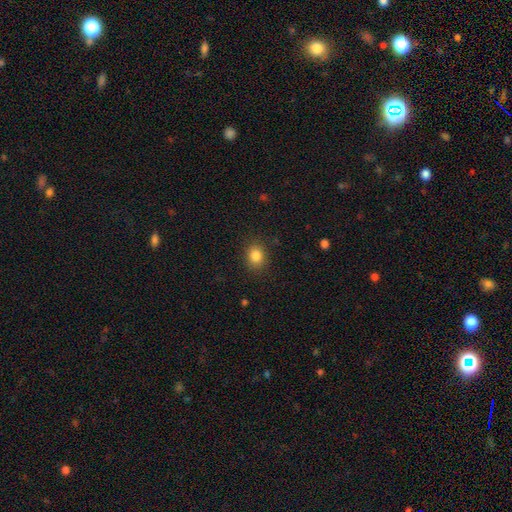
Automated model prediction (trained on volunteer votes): smooth_or_featured: smooth (p=0.84) [alt: star or artifact p=0.11]
how_rounded: round (p=0.63) [alt: in between p=0.36]
merging: none (p=0.88) [alt: minor disturbance p=0.08]